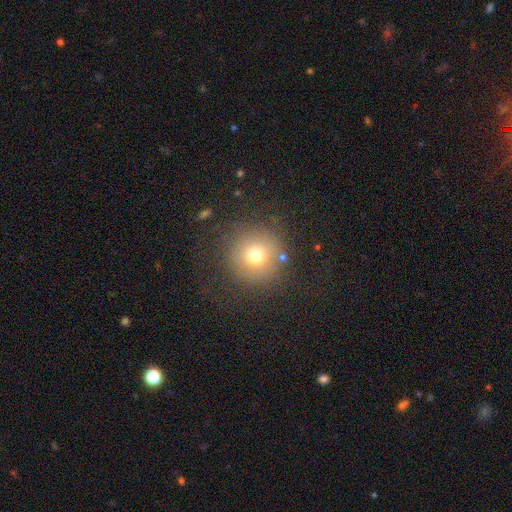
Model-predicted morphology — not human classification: The model was most divided on "smooth or featured": smooth: 70%, star or artifact: 15%, featured or disk: 15%. More confident: how rounded — round (95%); merging — none (76%).